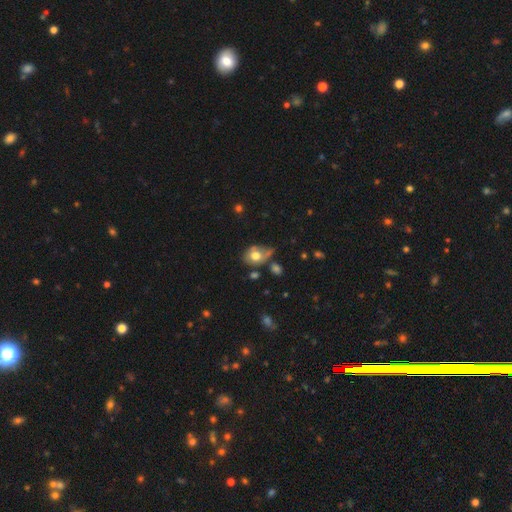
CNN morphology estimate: smooth_or_featured: smooth (p=0.69) [alt: featured or disk p=0.22]
how_rounded: in between (p=0.61) [alt: round p=0.37]
merging: none (p=0.37) [alt: minor disturbance p=0.30]